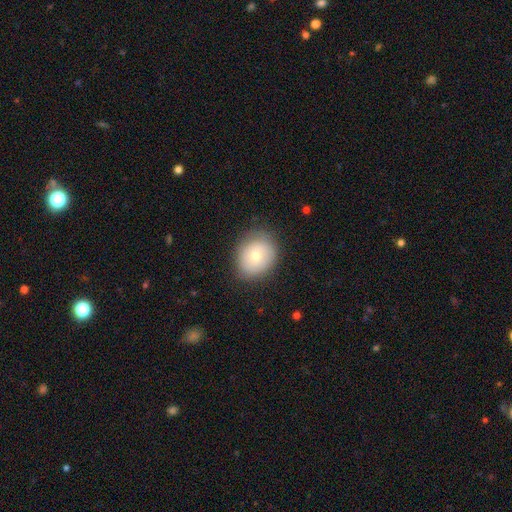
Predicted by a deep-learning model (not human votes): Q: Smooth or featured?
A: smooth (65%); runner-up: featured or disk (28%)
Q: How rounded?
A: round (62%); runner-up: in between (37%)
Q: Merging?
A: none (80%); runner-up: minor disturbance (15%)